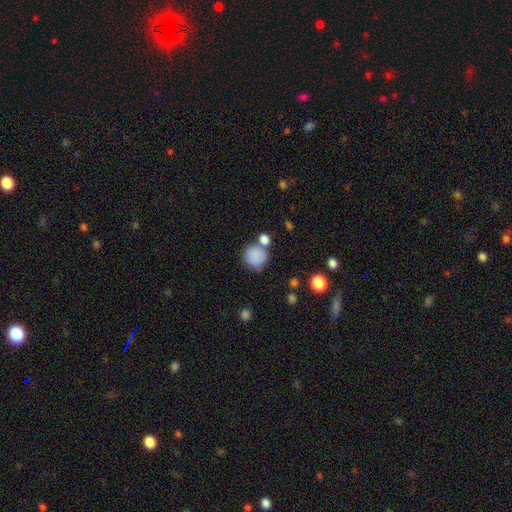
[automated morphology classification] This is clearly a smooth galaxy (85%). How rounded: clearly round (84%). Merging: possibly none (60%).